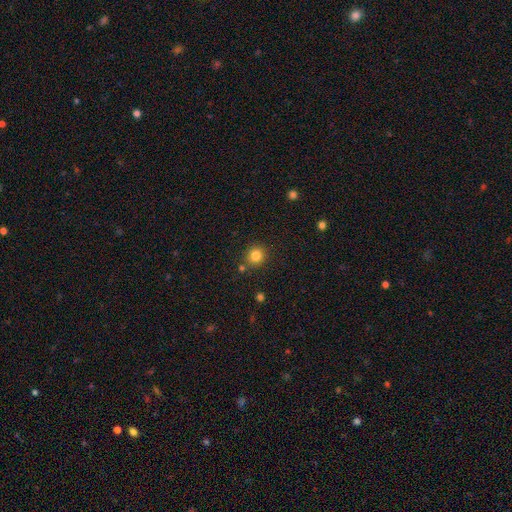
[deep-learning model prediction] A smooth galaxy with no disk features (83%) that is round (89%).

Vote fractions:
- Smooth or featured? smooth: 83% / star or artifact: 12% / featured or disk: 5%
- How rounded? round: 89% / in between: 10% / cigar-shaped: 1%
- Merging? none: 84% / minor disturbance: 8% / merger: 6% / major disturbance: 2%